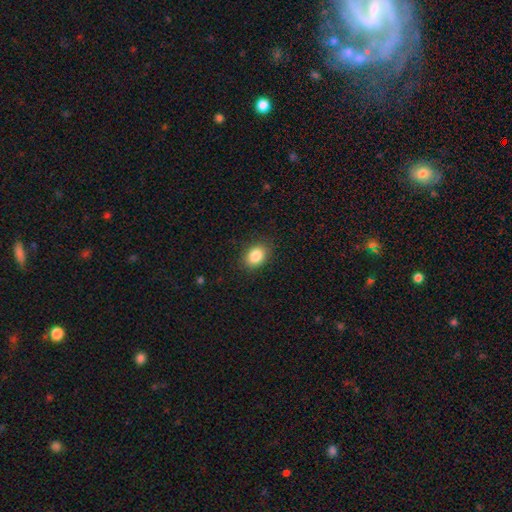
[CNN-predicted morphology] The model was most divided on "how rounded": in between: 71%, round: 28%, cigar-shaped: 1%. More confident: merging — none (87%); smooth or featured — smooth (87%).